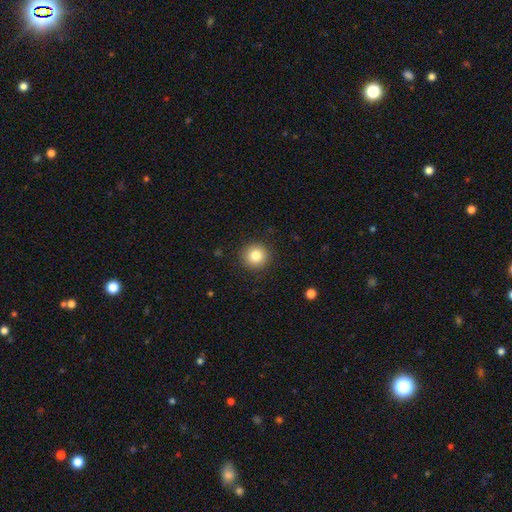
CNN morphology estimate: A smooth galaxy with no disk features (82%) that is round (94%).

Vote fractions:
- Smooth or featured? smooth: 82% / star or artifact: 10% / featured or disk: 7%
- How rounded? round: 94% / in between: 5% / cigar-shaped: 1%
- Merging? none: 91% / minor disturbance: 6% / major disturbance: 2% / merger: 1%